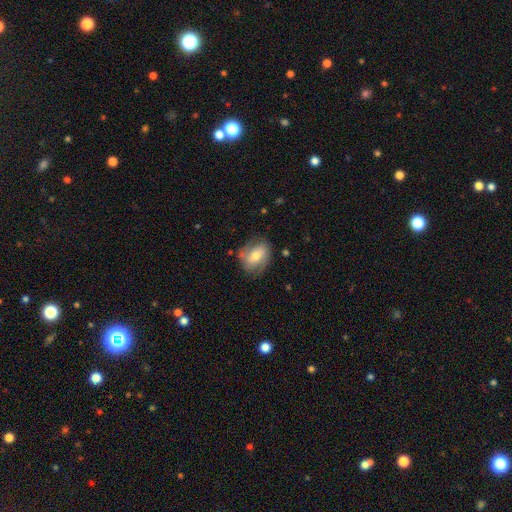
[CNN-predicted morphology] Overall: smooth (58%; featured or disk 34%). How rounded: in between (57%; round 41%). Merging: none (69%).